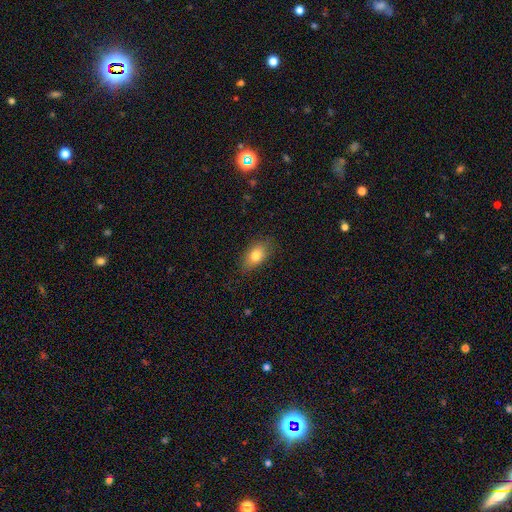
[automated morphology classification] Smooth or featured? Predicted: smooth (p=0.78). How rounded? Predicted: in between (p=0.84). Merging? Predicted: none (p=0.81).